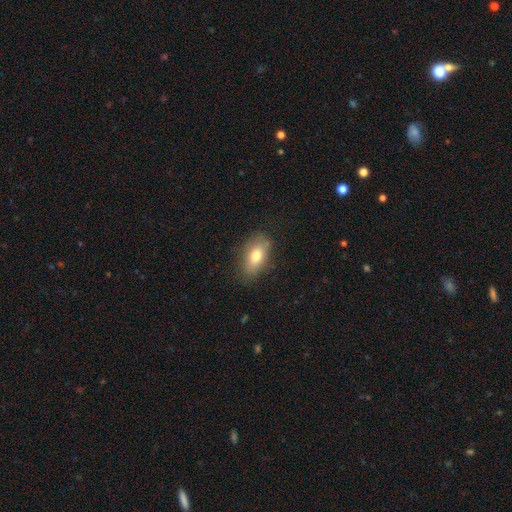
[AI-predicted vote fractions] The model was most divided on "smooth or featured": smooth: 75%, featured or disk: 17%, star or artifact: 8%. More confident: how rounded — in between (87%); merging — none (79%).